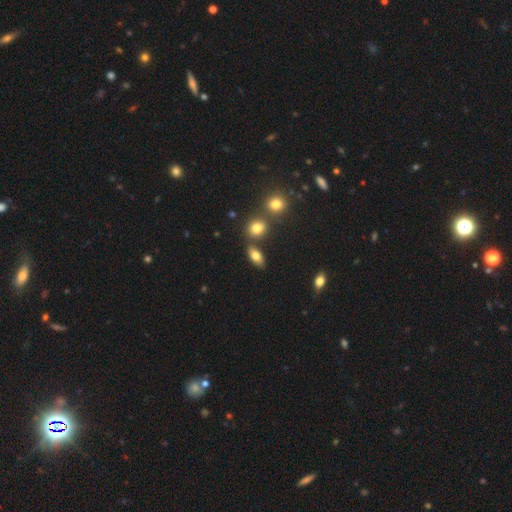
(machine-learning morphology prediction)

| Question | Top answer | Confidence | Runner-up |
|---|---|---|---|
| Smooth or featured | smooth | 75% | featured or disk (15%) |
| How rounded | in between | 81% | cigar-shaped (10%) |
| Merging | none | 72% | merger (13%) |